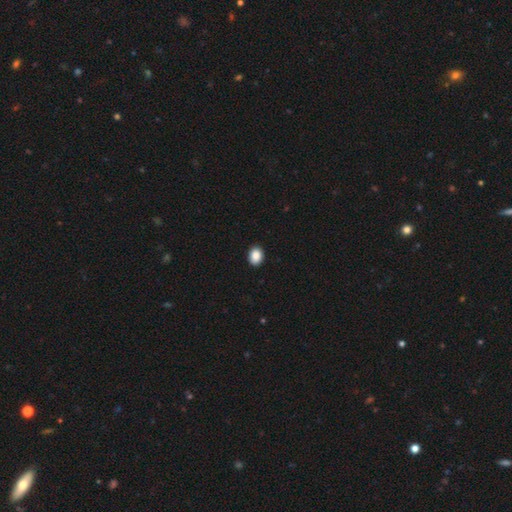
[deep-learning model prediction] Smooth or featured? Predicted: smooth (p=0.89). How rounded? Predicted: in between (p=0.63). Merging? Predicted: none (p=0.91).